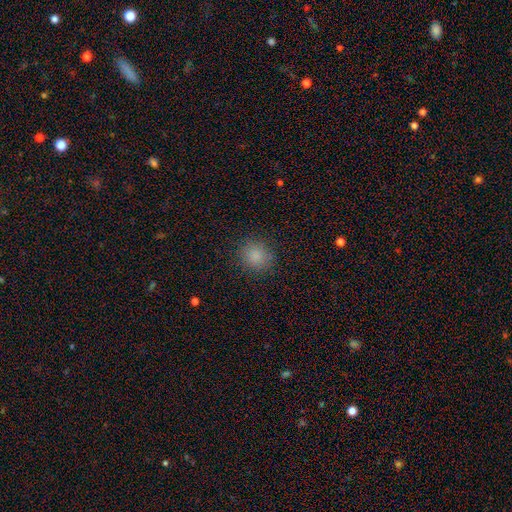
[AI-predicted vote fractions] A smooth galaxy with no disk features (85%) that is round (86%). Merging: none (88%).